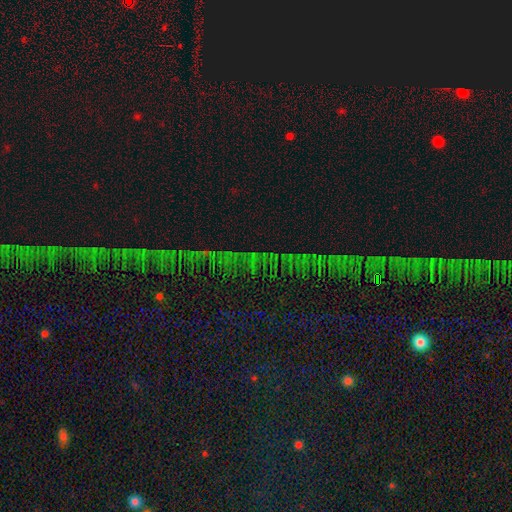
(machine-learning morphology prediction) This is likely a star or artifact rather than a galaxy (77%).